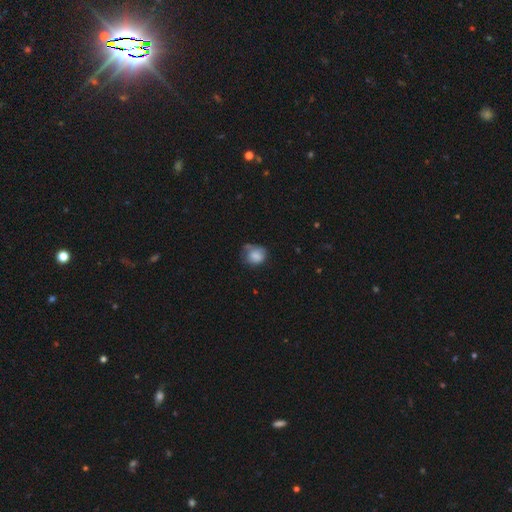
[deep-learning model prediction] A smooth galaxy with no disk features (77%) that is round (57%). Merging: none (43%).